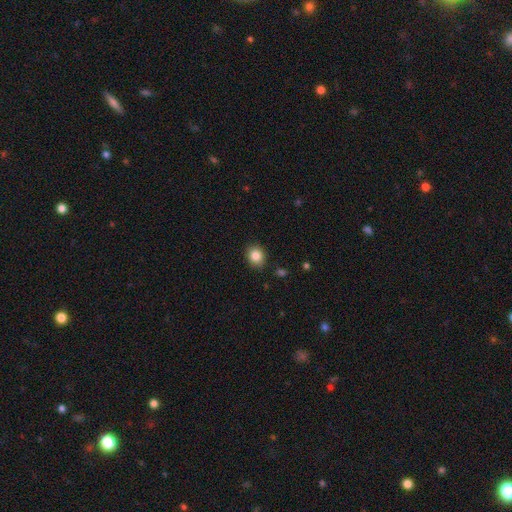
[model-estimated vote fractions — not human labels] A smooth galaxy with no disk features (85%) that is round (60%). Merging: none (88%).